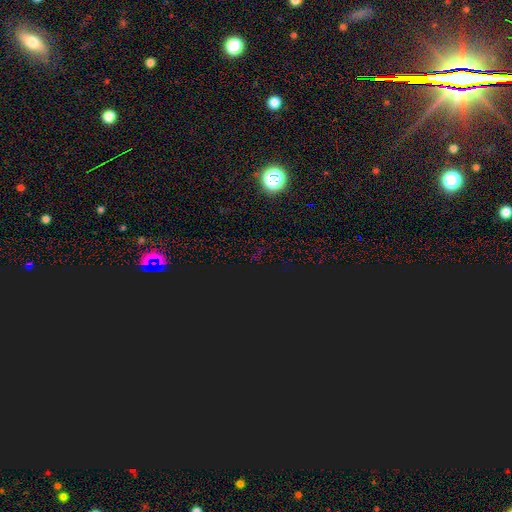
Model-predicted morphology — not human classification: Overall: star or artifact (81%).